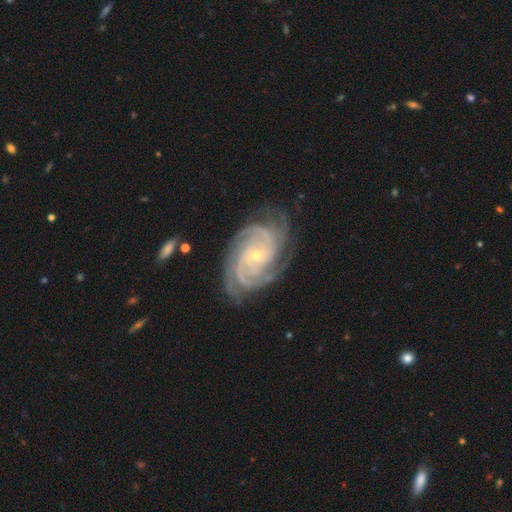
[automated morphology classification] A featured or disk galaxy (92%) with no bar (68%), 4 (34%) tight (72%) spiral arms (99%) and a small central bulge (74%).

Vote fractions:
- Smooth or featured? featured or disk: 92% / star or artifact: 5% / smooth: 3%
- Edge-on disk? no: 97% / yes: 3%
- Bar? no: 68% / weak: 23% / strong: 9%
- Spiral arms? yes: 99% / no: 1%
- Spiral winding? tight: 72% / medium: 24% / loose: 3%
- Spiral arm count? 4: 34% / 3: 25% / can't tell: 13% / more than 4: 12% / 2: 10% / 1: 6%
- Bulge size? small: 74% / moderate: 23% / large: 1% / none: 1% / dominant: 1%
- Merging? none: 77% / minor disturbance: 16% / major disturbance: 5% / merger: 1%